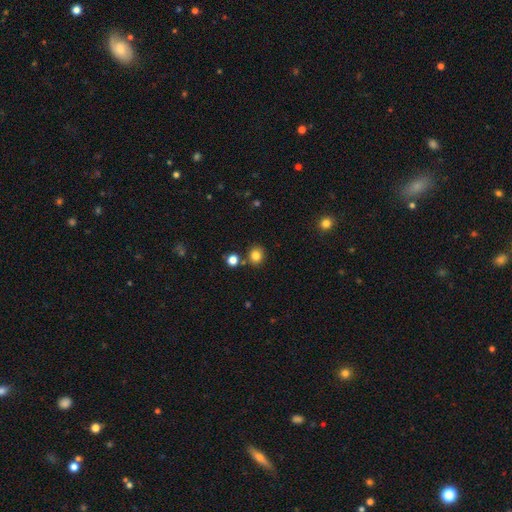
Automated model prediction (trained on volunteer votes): Morphology: type=smooth (82%); roundness=round (78%); merging=none (80%).